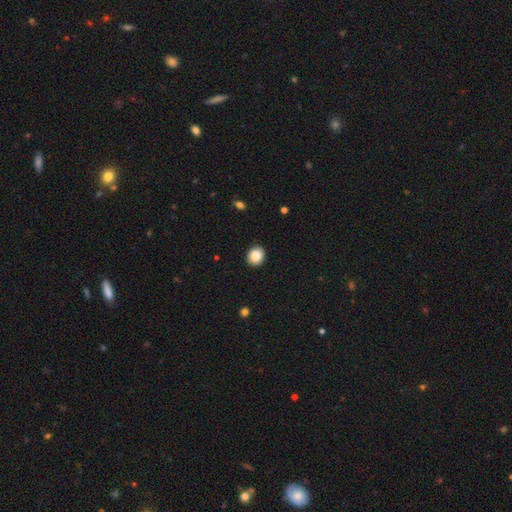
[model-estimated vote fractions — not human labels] Smooth or featured?
  - smooth: 87% *
  - star or artifact: 9%
  - featured or disk: 5%
How rounded?
  - round: 73% *
  - in between: 26%
  - cigar-shaped: 1%
Merging?
  - none: 90% *
  - minor disturbance: 7%
  - major disturbance: 2%
  - merger: 1%